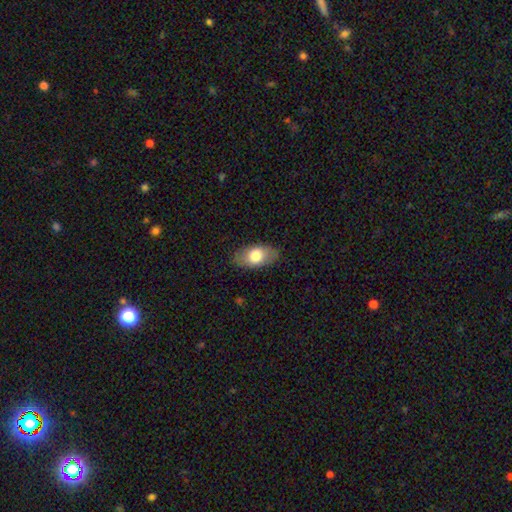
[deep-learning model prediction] Overall: smooth (72%). How rounded: in between (92%). Merging: none (84%).